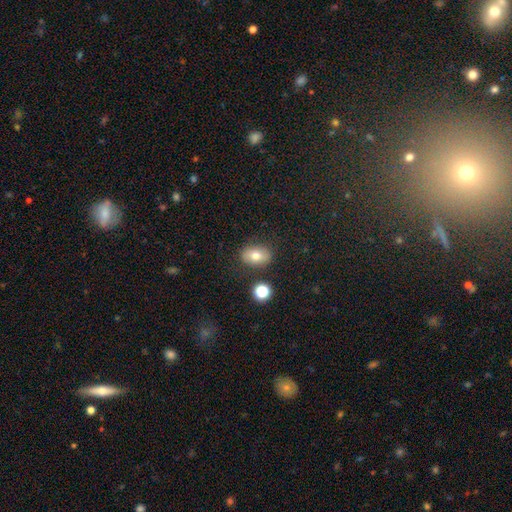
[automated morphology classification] Overall: smooth (74%). How rounded: in between (76%). Merging: none (83%).